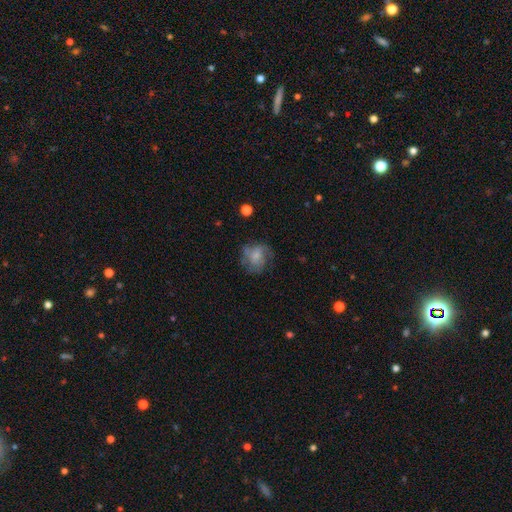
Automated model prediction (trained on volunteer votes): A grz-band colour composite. It shows a smooth galaxy with no disk features (47%). Merging: none (54%).